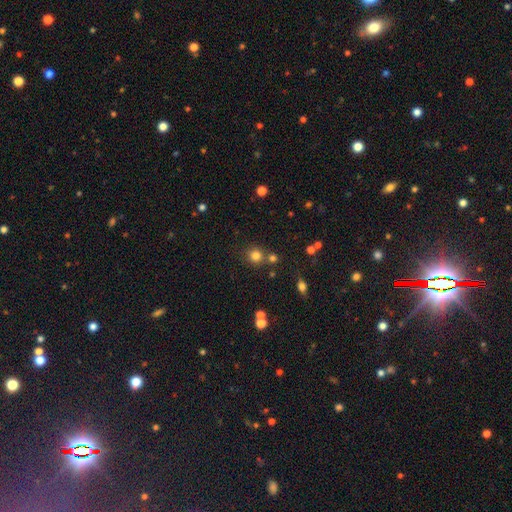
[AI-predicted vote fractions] Overall: smooth (79%). How rounded: round (90%). Merging: none (73%).